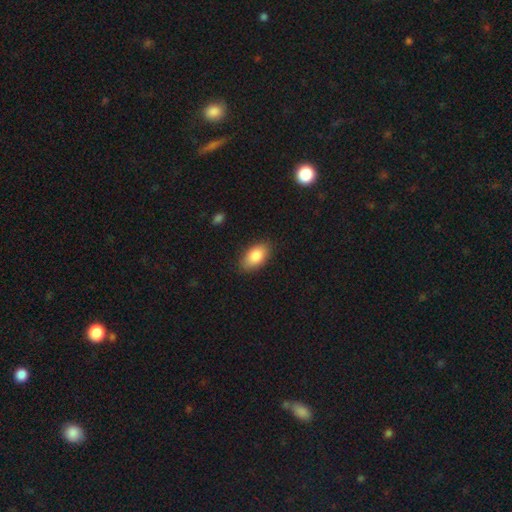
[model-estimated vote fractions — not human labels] Overall: smooth (85%). How rounded: in between (92%). Merging: none (86%).